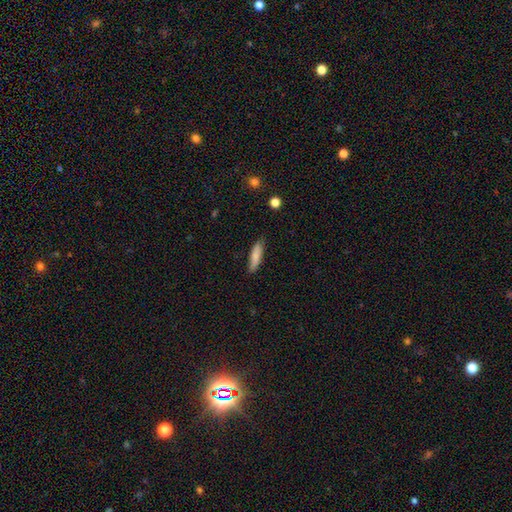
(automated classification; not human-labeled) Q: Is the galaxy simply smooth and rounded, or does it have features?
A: smooth — 79%.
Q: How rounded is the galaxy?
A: cigar-shaped — 71%.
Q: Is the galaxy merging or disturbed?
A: none — 79%.